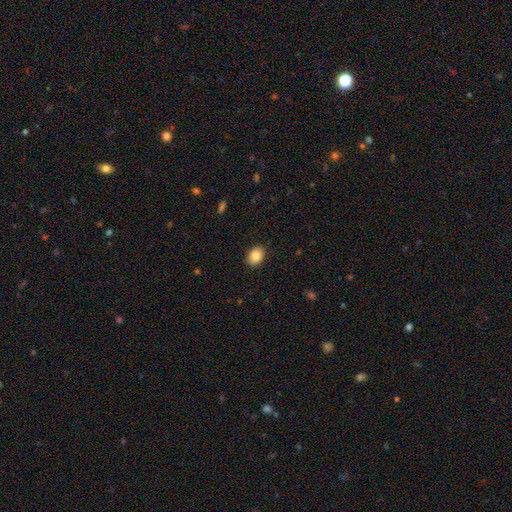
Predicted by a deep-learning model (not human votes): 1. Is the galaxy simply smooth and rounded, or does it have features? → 87% smooth, 8% star or artifact, 5% featured or disk.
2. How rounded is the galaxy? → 72% in between, 27% round, 1% cigar-shaped.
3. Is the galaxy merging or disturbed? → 89% none, 8% minor disturbance, 2% major disturbance, 1% merger.